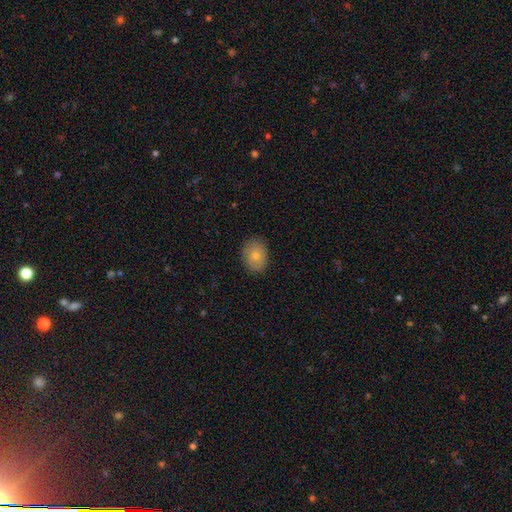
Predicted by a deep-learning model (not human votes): Overall: smooth (77%). How rounded: in between (63%; round 36%). Merging: none (84%).